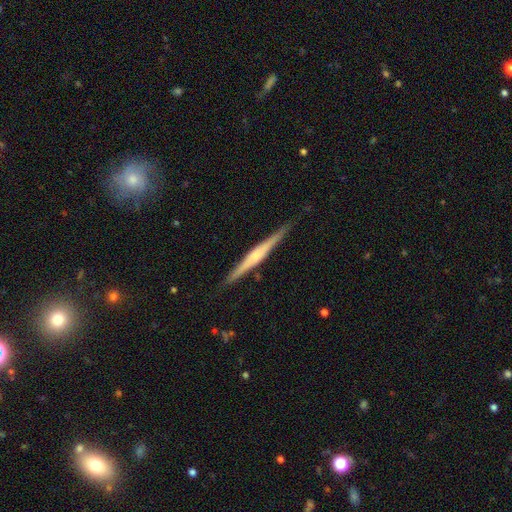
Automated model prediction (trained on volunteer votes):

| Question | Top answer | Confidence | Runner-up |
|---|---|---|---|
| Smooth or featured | featured or disk | 75% | smooth (20%) |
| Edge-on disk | yes | 98% | no (2%) |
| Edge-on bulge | rounded | 67% | boxy (17%) |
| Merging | none | 89% | minor disturbance (8%) |